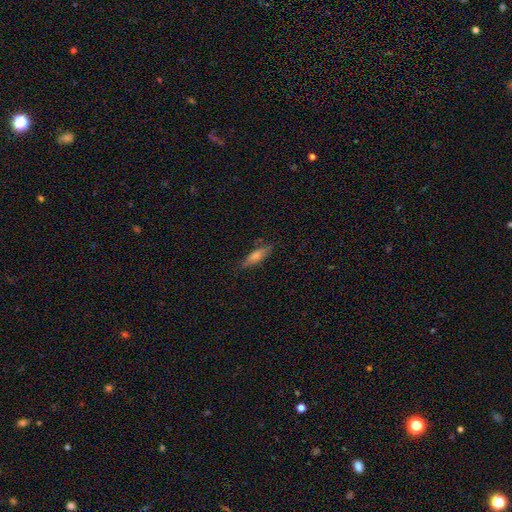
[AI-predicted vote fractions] Smooth or featured? smooth (55%)
How rounded? cigar-shaped (72%)
Merging? none (81%)